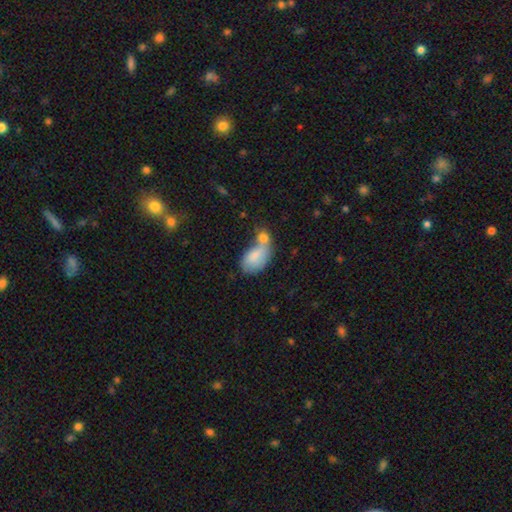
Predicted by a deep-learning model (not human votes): Q: Smooth or featured?
A: smooth (78%); runner-up: featured or disk (15%)
Q: How rounded?
A: in between (90%); runner-up: round (8%)
Q: Merging?
A: merger (52%); runner-up: none (24%)